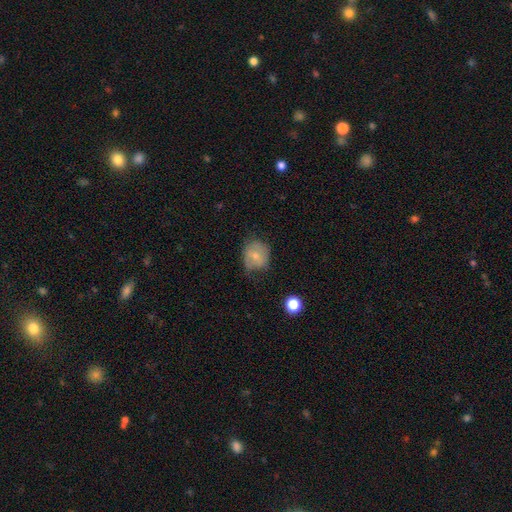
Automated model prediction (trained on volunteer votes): Q: Smooth or featured?
A: smooth (62%); runner-up: featured or disk (29%)
Q: How rounded?
A: round (68%); runner-up: in between (31%)
Q: Merging?
A: none (51%); runner-up: minor disturbance (33%)